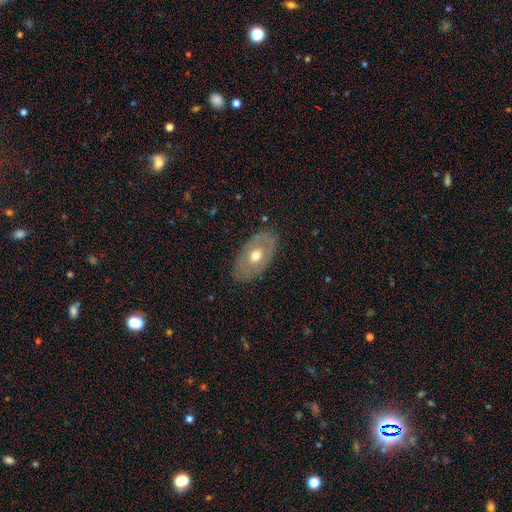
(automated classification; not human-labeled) Morphology: type=featured or disk (49%); merging=none (81%).